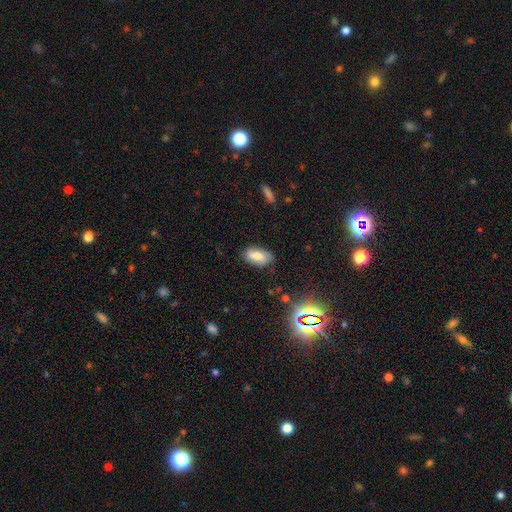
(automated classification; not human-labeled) Overall: smooth (68%). How rounded: in between (90%). Merging: none (72%).